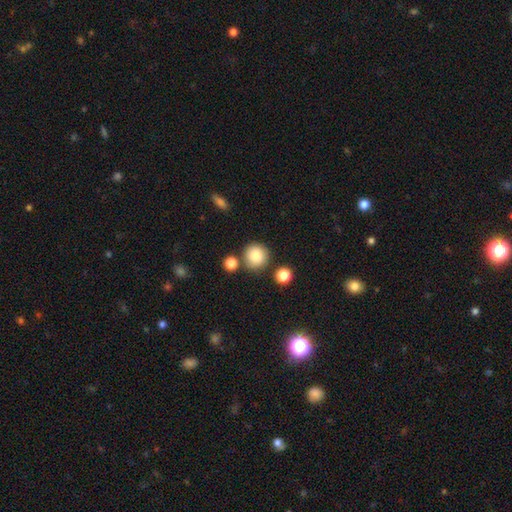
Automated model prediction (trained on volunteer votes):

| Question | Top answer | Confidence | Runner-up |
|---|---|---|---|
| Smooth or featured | smooth | 84% | star or artifact (9%) |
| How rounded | round | 93% | in between (6%) |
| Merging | none | 80% | minor disturbance (9%) |